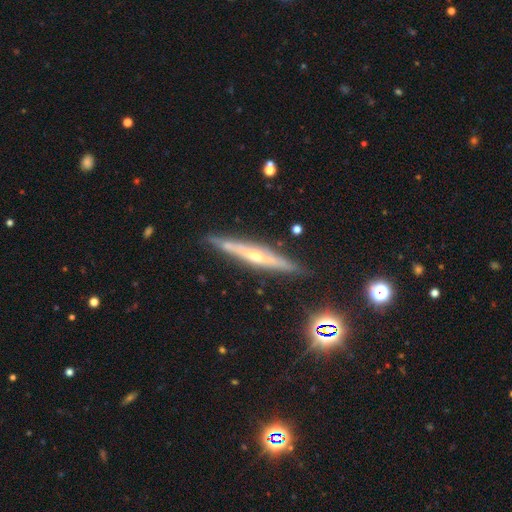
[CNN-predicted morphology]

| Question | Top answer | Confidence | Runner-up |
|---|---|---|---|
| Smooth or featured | featured or disk | 74% | smooth (18%) |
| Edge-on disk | yes | 95% | no (5%) |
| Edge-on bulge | rounded | 74% | none (21%) |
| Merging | none | 86% | minor disturbance (10%) |